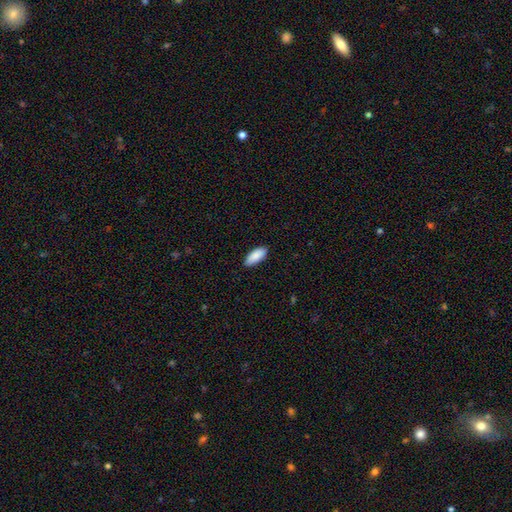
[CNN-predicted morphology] The model was most divided on "how rounded": in between: 85%, cigar-shaped: 14%, round: 2%. More confident: smooth or featured — smooth (90%); merging — none (89%).